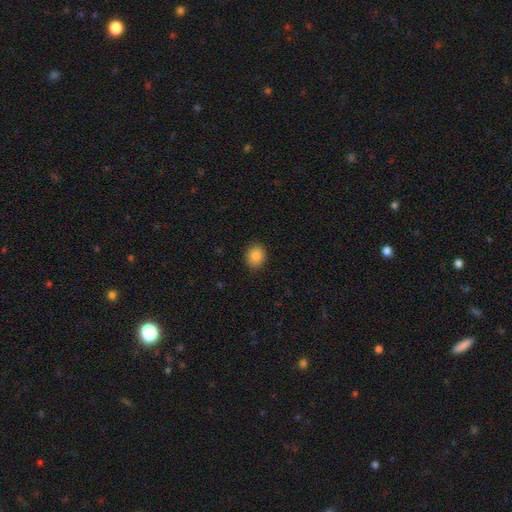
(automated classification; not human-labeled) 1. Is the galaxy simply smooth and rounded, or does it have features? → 84% smooth, 9% star or artifact, 7% featured or disk.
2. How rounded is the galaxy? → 59% round, 40% in between, 1% cigar-shaped.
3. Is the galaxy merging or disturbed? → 89% none, 8% minor disturbance, 2% major disturbance, 1% merger.